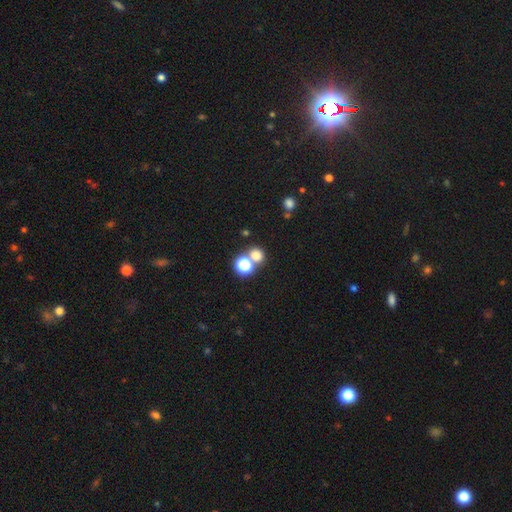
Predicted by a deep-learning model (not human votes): Smooth or featured: smooth — 70% (star or artifact — 23%)
How rounded: round — 74% (in between — 24%)
Merging: none — 59% (merger — 30%)